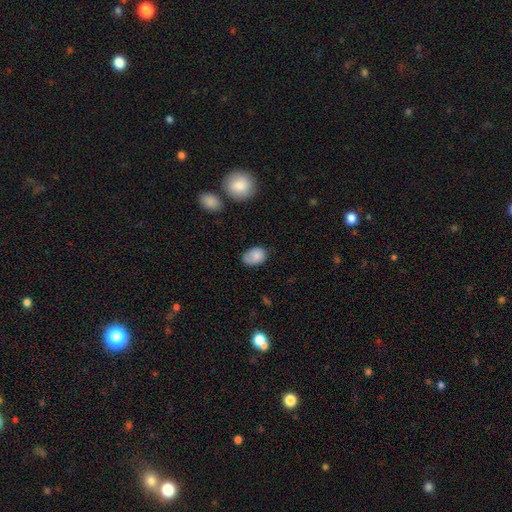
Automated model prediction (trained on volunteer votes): A smooth galaxy with no disk features (81%) that is in between round and cigar-shaped (81%). Merging: none (65%).